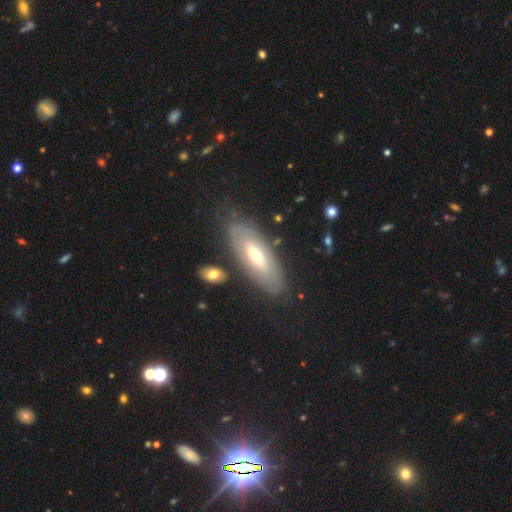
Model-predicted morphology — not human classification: type=featured or disk (60%); edge-on=no (77%); merging=none (79%).